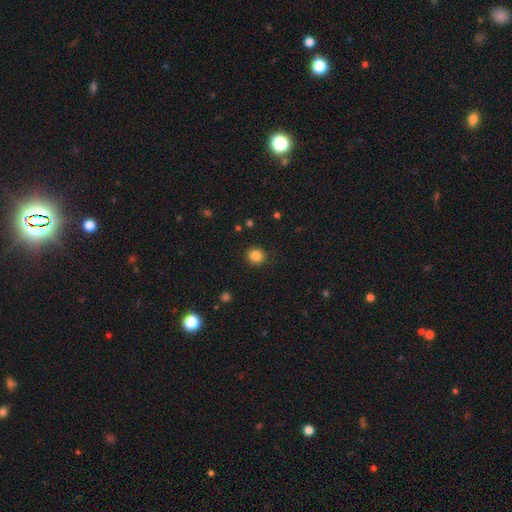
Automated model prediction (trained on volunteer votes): Q: Smooth or featured?
A: smooth (85%); runner-up: star or artifact (11%)
Q: How rounded?
A: round (86%); runner-up: in between (13%)
Q: Merging?
A: none (89%); runner-up: minor disturbance (8%)